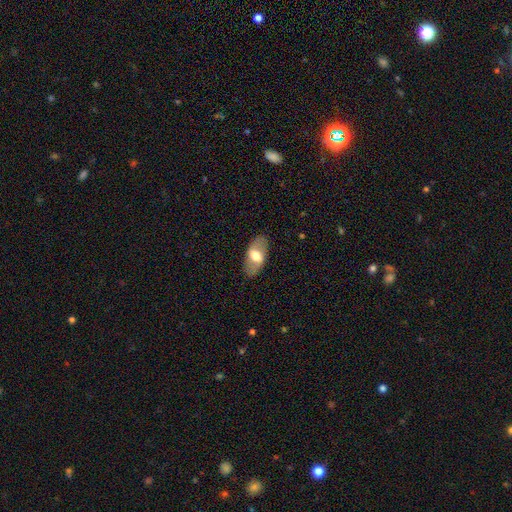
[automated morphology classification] This appears to be a smooth galaxy with no disk features (51%) that is in between round and cigar-shaped (90%). Merging: none (84%).